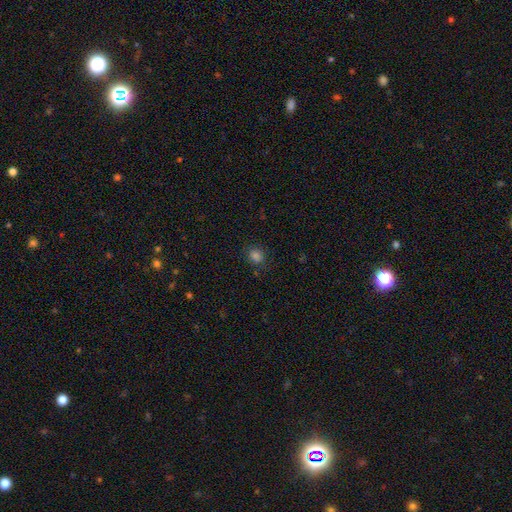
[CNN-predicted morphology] Q: Smooth or featured?
A: smooth (80%); runner-up: star or artifact (15%)
Q: How rounded?
A: round (72%); runner-up: in between (27%)
Q: Merging?
A: none (83%); runner-up: minor disturbance (12%)